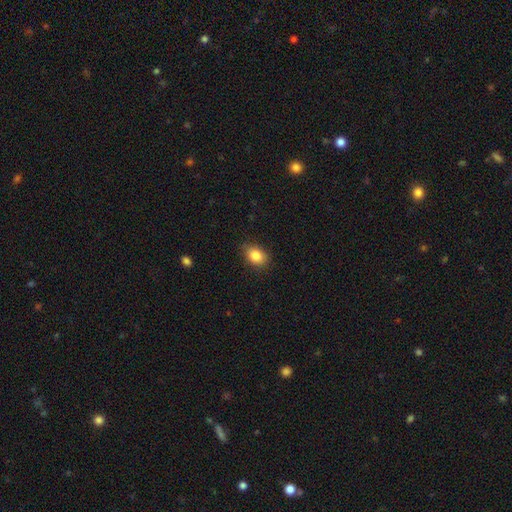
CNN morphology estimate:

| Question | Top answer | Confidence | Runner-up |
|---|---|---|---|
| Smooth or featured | smooth | 85% | star or artifact (9%) |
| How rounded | in between | 70% | round (29%) |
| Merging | none | 83% | minor disturbance (14%) |